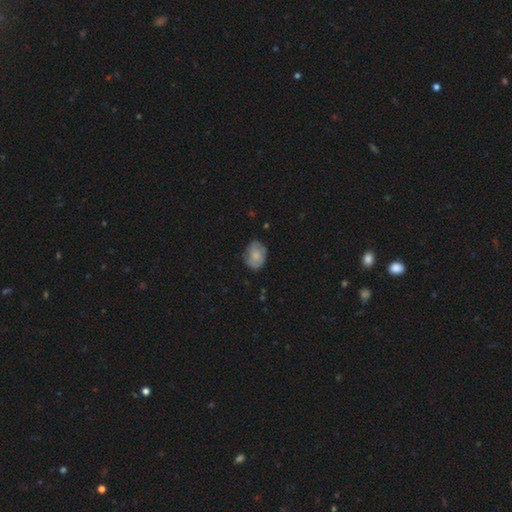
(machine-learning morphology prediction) A smooth galaxy with no disk features (69%) that is in between round and cigar-shaped (62%). Merging: none (68%).